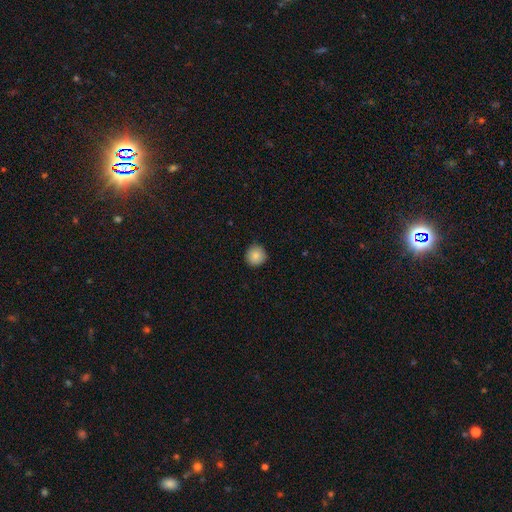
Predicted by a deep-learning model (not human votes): A smooth galaxy with no disk features (85%) that is round (95%). Merging: none (90%).